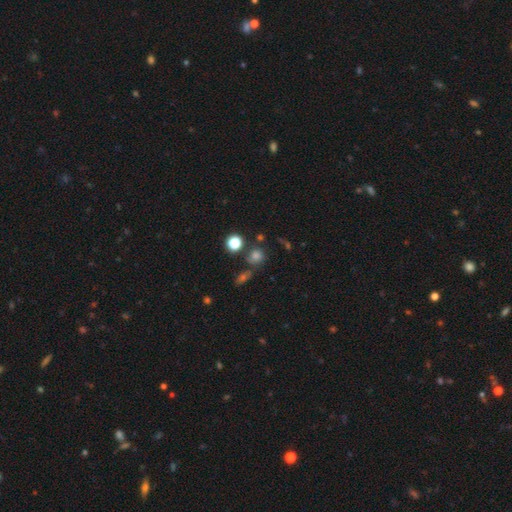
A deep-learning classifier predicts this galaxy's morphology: smooth 68%, star or artifact 23%, featured or disk 9%. Down the decision tree: how rounded — round (84%); merging — none (67%).